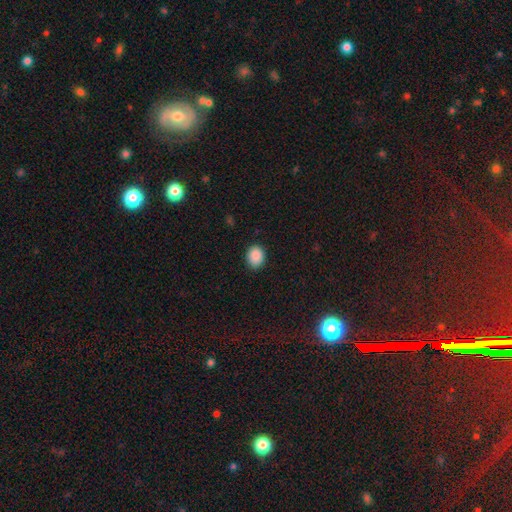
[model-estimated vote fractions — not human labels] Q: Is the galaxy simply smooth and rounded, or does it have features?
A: smooth — 89%.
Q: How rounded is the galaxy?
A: in between — 56%.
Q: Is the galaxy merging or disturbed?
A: none — 86%.